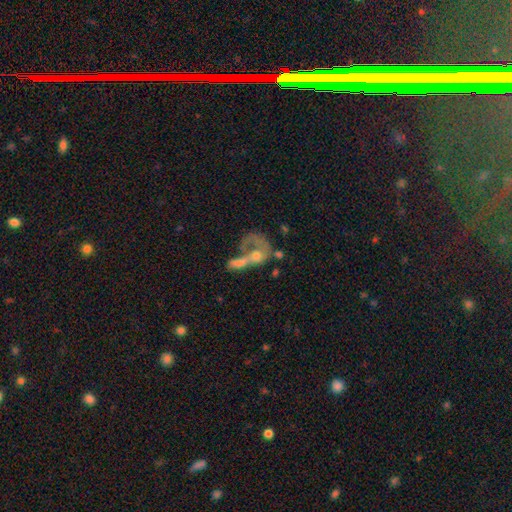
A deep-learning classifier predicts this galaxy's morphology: featured or disk 55%, smooth 33%, star or artifact 12%. Down the decision tree: edge-on disk — no (93%); bar — no (84%); spiral arms — no (71%); bulge size — moderate (38%); merging — merger (52%).